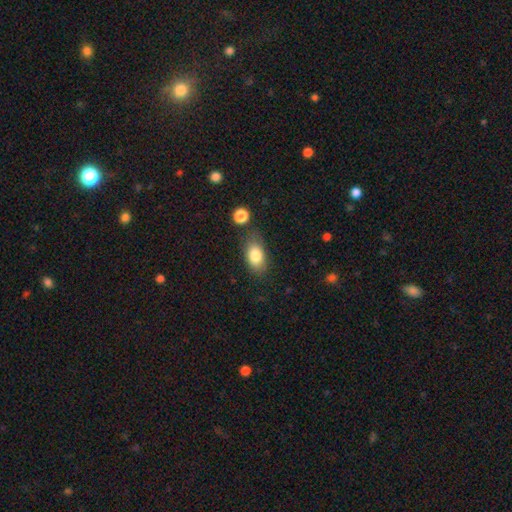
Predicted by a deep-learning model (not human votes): Smooth or featured? Predicted: smooth (p=0.81). How rounded? Predicted: in between (p=0.86). Merging? Predicted: none (p=0.72).